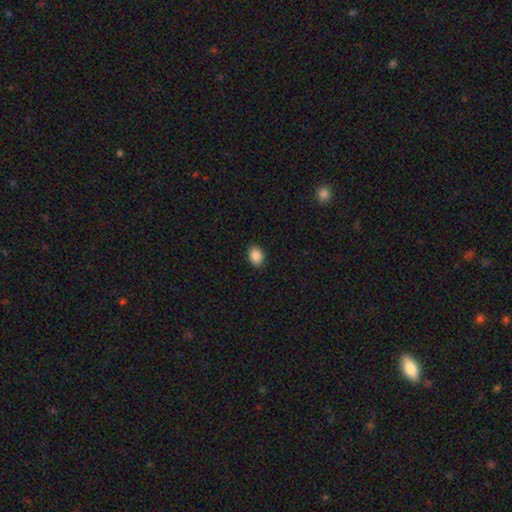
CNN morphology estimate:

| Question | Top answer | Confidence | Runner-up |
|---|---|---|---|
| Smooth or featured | smooth | 88% | star or artifact (8%) |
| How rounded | in between | 65% | round (34%) |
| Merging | none | 90% | minor disturbance (7%) |